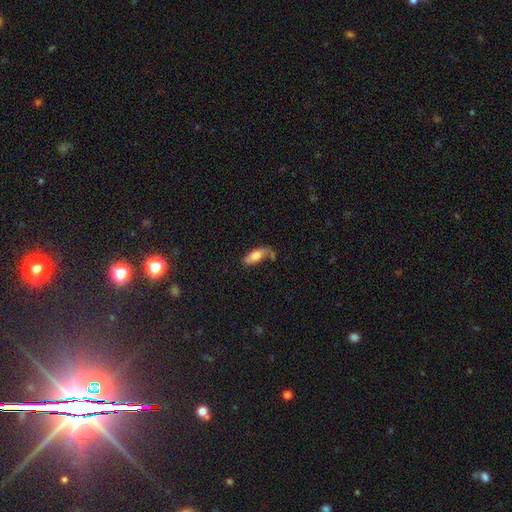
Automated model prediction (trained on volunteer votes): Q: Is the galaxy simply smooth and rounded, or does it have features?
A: smooth — 67%.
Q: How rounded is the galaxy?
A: in between — 76%.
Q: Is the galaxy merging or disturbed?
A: none — 45%.